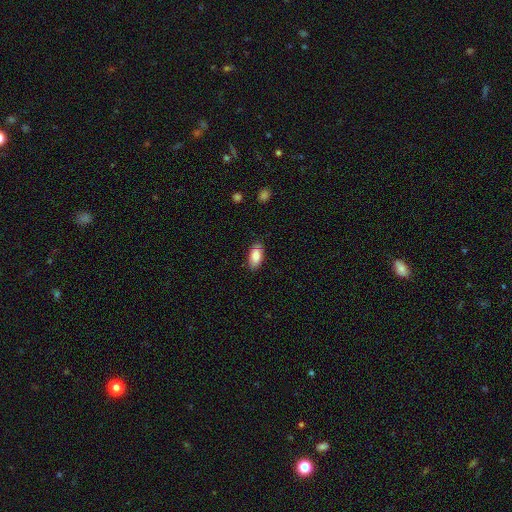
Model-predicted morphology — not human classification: smooth_or_featured: smooth (p=0.82) [alt: featured or disk p=0.11]
how_rounded: in between (p=0.91) [alt: cigar-shaped p=0.06]
merging: none (p=0.80) [alt: minor disturbance p=0.16]